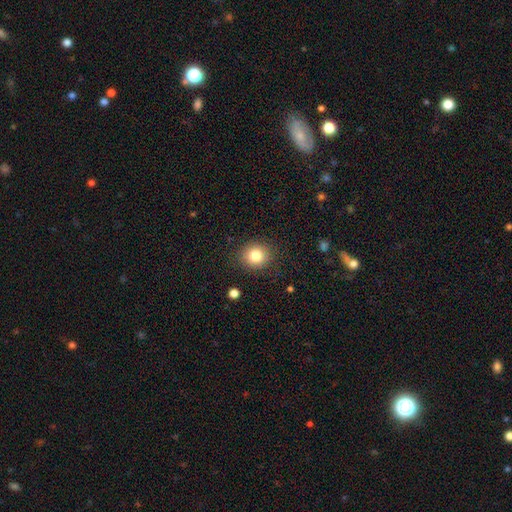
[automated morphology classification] This appears to be a smooth galaxy with no disk features (81%) that is round (83%). Merging: none (88%).